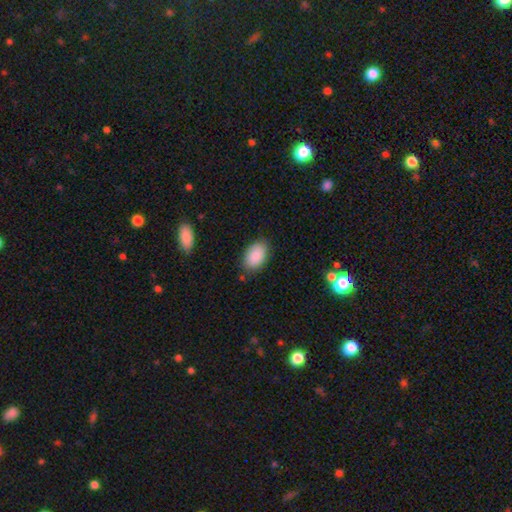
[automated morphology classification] A smooth galaxy with no disk features (89%) that is in between round and cigar-shaped (91%). Merging: none (80%).